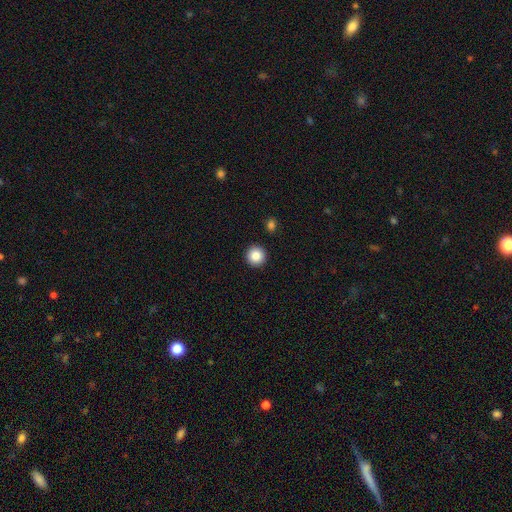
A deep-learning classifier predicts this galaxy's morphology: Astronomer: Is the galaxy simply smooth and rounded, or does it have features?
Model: smooth — 87%.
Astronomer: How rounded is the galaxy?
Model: round — 96%.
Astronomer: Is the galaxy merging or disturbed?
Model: none — 92%.